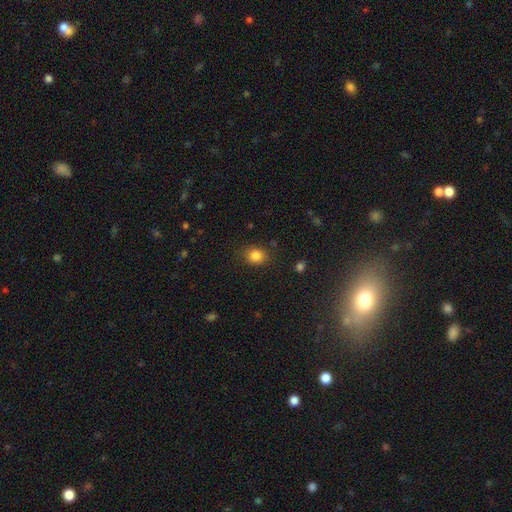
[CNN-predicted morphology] smooth_or_featured: smooth (p=0.84) [alt: star or artifact p=0.11]
how_rounded: round (p=0.60) [alt: in between p=0.40]
merging: none (p=0.84) [alt: minor disturbance p=0.11]